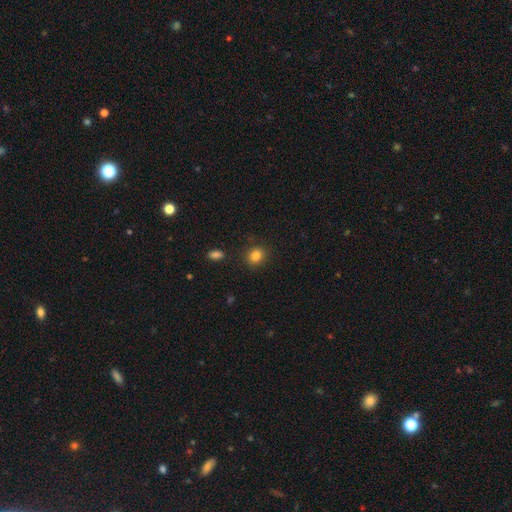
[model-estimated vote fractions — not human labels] Overall: smooth (85%). How rounded: round (65%; in between 34%). Merging: none (86%).